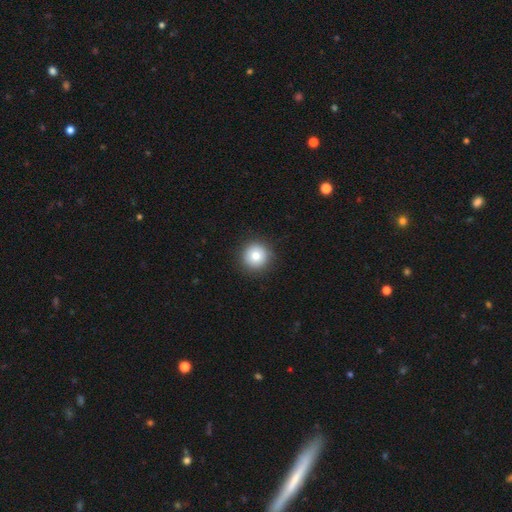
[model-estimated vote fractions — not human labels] smooth 81%, star or artifact 10%, featured or disk 9%. Down the decision tree: how rounded — round (95%); merging — none (91%).